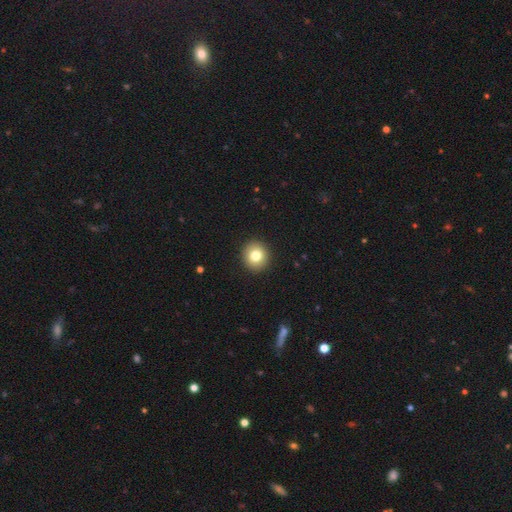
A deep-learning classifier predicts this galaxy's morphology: The model was most divided on "smooth or featured": smooth: 81%, star or artifact: 10%, featured or disk: 9%. More confident: merging — none (93%); how rounded — round (88%).